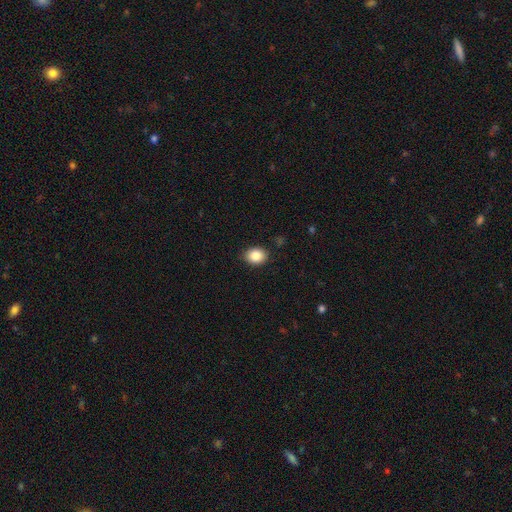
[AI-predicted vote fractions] The model was most divided on "how rounded": in between: 56%, round: 44%, cigar-shaped: 1%. More confident: merging — none (86%); smooth or featured — smooth (86%).